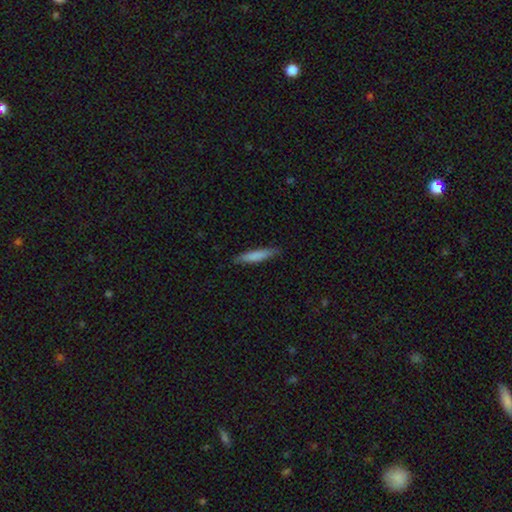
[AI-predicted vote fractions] Smooth or featured: smooth — 77% (featured or disk — 17%)
How rounded: cigar-shaped — 89% (in between — 9%)
Merging: none — 84% (minor disturbance — 12%)